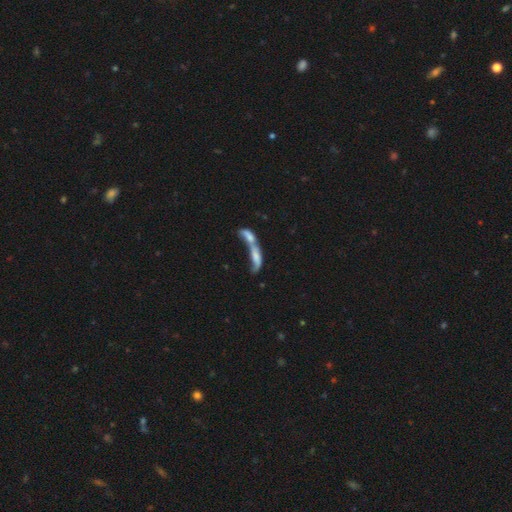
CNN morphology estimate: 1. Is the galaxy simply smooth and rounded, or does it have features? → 50% smooth, 40% featured or disk, 10% star or artifact.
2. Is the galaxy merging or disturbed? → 81% merger, 8% none, 7% major disturbance, 4% minor disturbance.